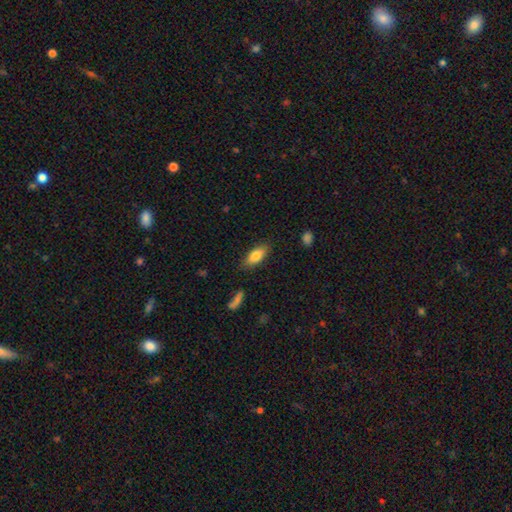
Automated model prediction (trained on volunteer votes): smooth-or-featured: smooth: 79% | featured or disk: 14% | star or artifact: 7%
  how-rounded: in between: 78% | cigar-shaped: 20% | round: 3%
  merging: none: 83% | minor disturbance: 12% | major disturbance: 3% | merger: 2%